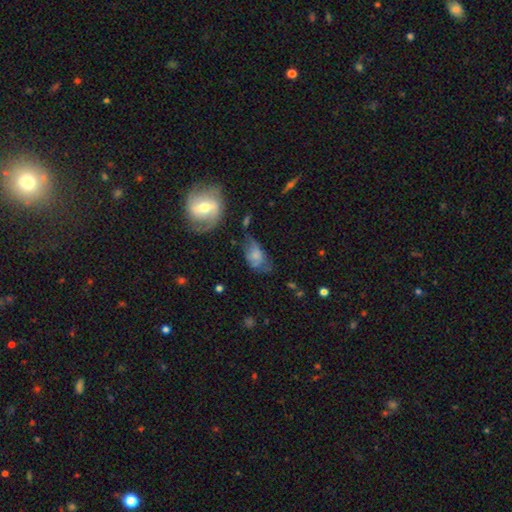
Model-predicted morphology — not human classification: A smooth galaxy with no disk features (56%) that is in between round and cigar-shaped (87%). Merging: minor disturbance (31%).